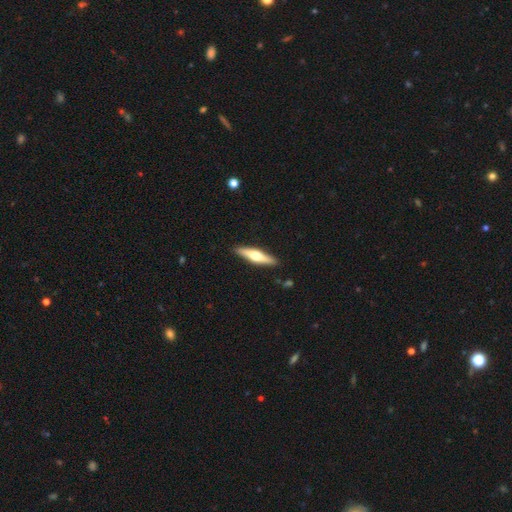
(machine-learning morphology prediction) Overall: featured or disk (57%; smooth 38%). Edge-on disk: yes (95%). Edge-on bulge: rounded (94%). Merging: none (90%).